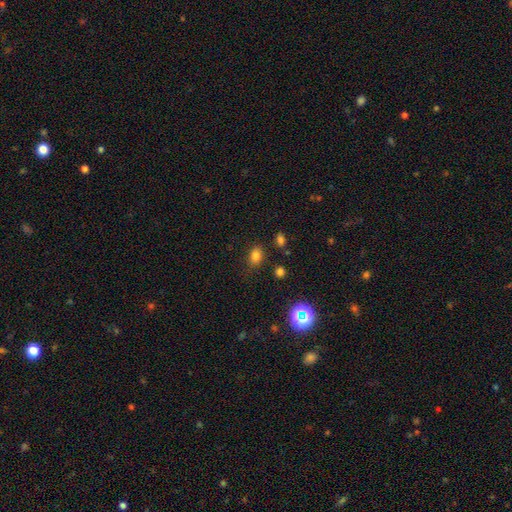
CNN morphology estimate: smooth-or-featured: smooth: 77% | star or artifact: 16% | featured or disk: 6%
  how-rounded: in between: 69% | round: 29% | cigar-shaped: 2%
  merging: none: 73% | minor disturbance: 18% | major disturbance: 5% | merger: 4%